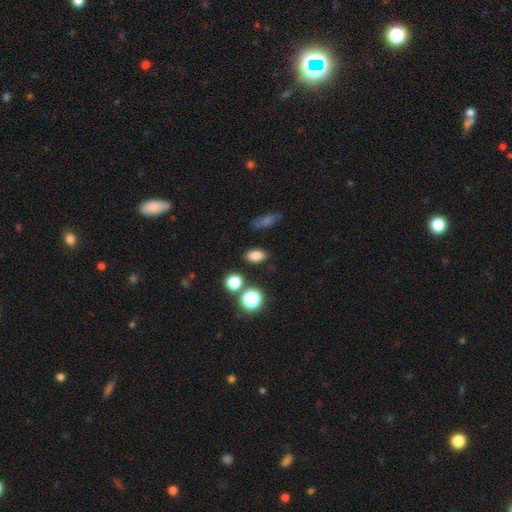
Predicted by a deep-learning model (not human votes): Overall: smooth (80%). How rounded: in between (82%). Merging: none (84%).